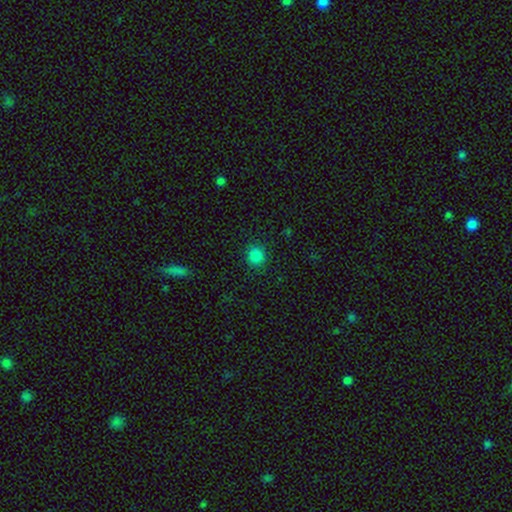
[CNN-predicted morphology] type=smooth (85%); roundness=round (85%); merging=none (90%).